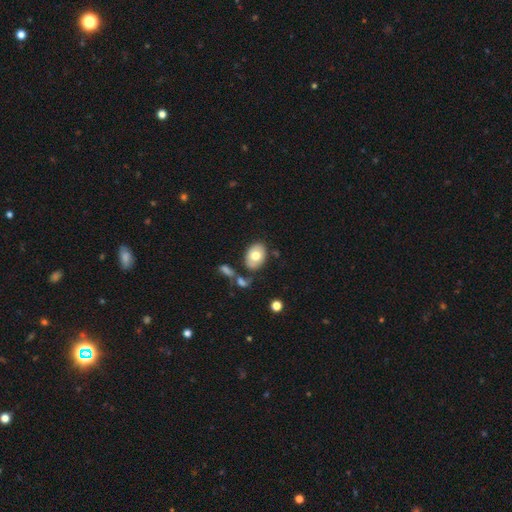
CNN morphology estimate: This is likely a smooth galaxy (67%). How rounded: clearly in between (82%). Merging: likely none (69%).